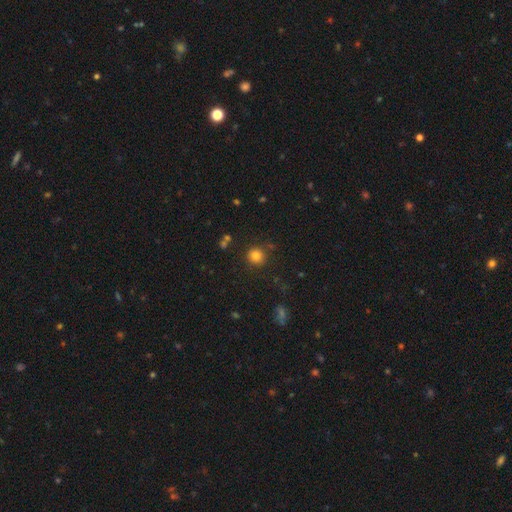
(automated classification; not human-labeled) Smooth or featured? Predicted: smooth (p=0.80). How rounded? Predicted: round (p=0.91). Merging? Predicted: none (p=0.84).